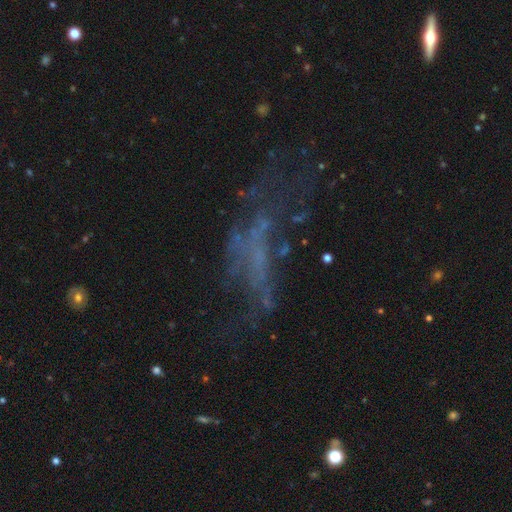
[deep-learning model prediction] smooth-or-featured: featured or disk: 50% | star or artifact: 30% | smooth: 20%
  merging: major disturbance: 39% | none: 38% | minor disturbance: 16% | merger: 7%